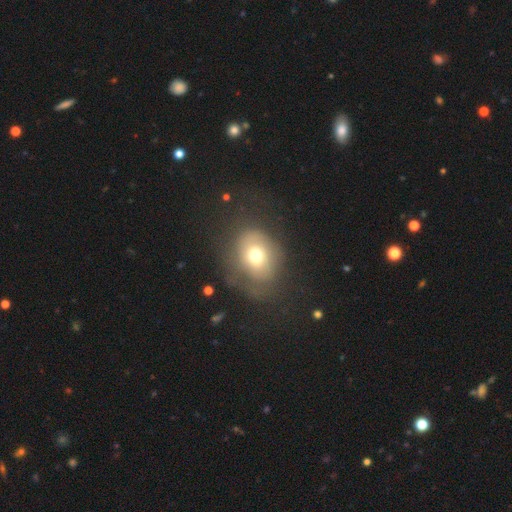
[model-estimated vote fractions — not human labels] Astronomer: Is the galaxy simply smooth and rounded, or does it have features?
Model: smooth — 67%.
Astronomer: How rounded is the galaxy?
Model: round — 56% (runner-up: in between, 43%).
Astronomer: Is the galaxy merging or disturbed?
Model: none — 52%.